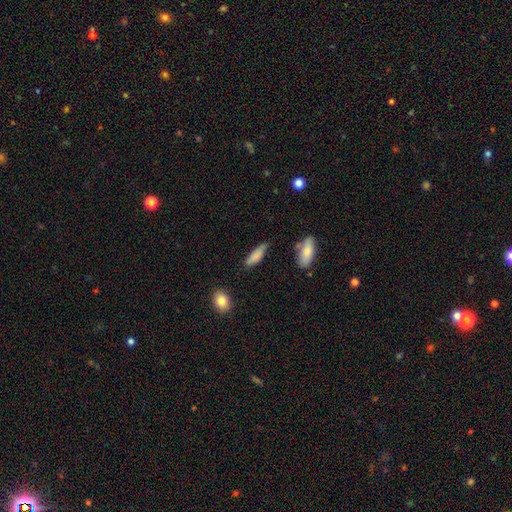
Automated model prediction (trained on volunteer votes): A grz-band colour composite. It shows a smooth galaxy with no disk features (83%) that is cigar-shaped (52%). Merging: none (64%).